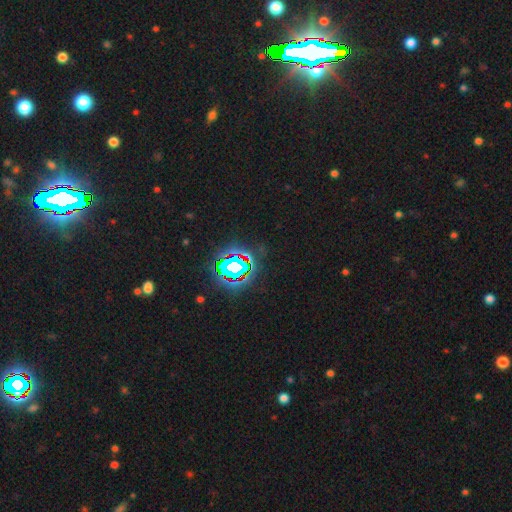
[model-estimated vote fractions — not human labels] Smooth or featured? star or artifact (84%)